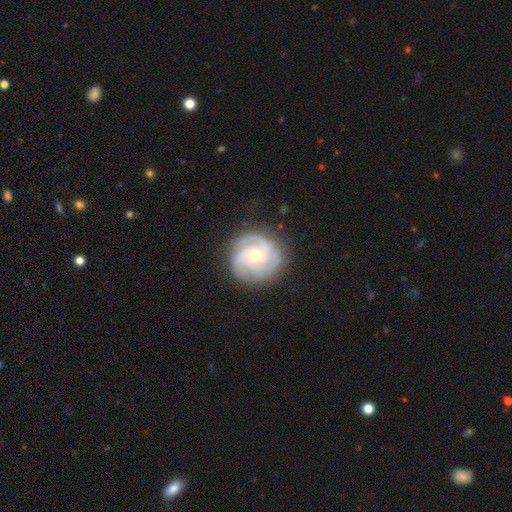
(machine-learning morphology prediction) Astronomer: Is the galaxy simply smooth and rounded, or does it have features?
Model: featured or disk — 87%.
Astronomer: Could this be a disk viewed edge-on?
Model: no — 98%.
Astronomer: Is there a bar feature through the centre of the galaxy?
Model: no — 73%.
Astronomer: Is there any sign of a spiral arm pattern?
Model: yes — 97%.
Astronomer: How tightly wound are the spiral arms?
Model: tight — 70%.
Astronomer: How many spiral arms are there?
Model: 3 — 53%.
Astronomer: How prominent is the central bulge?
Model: moderate — 49% (runner-up: small, 48%).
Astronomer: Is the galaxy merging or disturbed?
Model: none — 82%.